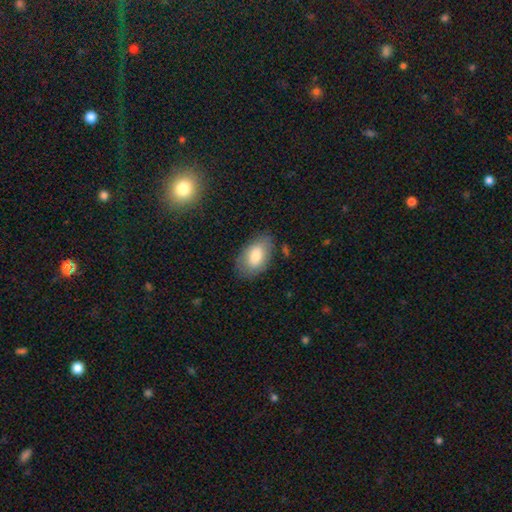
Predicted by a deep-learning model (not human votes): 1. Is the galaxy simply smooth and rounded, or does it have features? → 80% smooth, 13% featured or disk, 7% star or artifact.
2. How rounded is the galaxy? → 93% in between, 6% round, 2% cigar-shaped.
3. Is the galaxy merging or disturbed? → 76% none, 17% minor disturbance, 5% major disturbance, 2% merger.